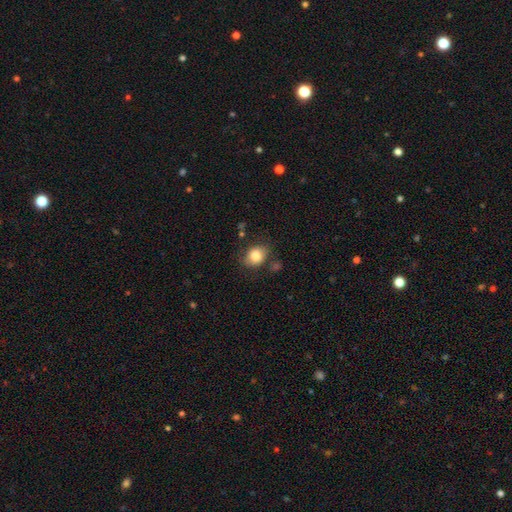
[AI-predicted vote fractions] smooth-or-featured: smooth: 82% | star or artifact: 9% | featured or disk: 9%
  how-rounded: round: 52% | in between: 47% | cigar-shaped: 1%
  merging: none: 74% | minor disturbance: 17% | major disturbance: 5% | merger: 4%